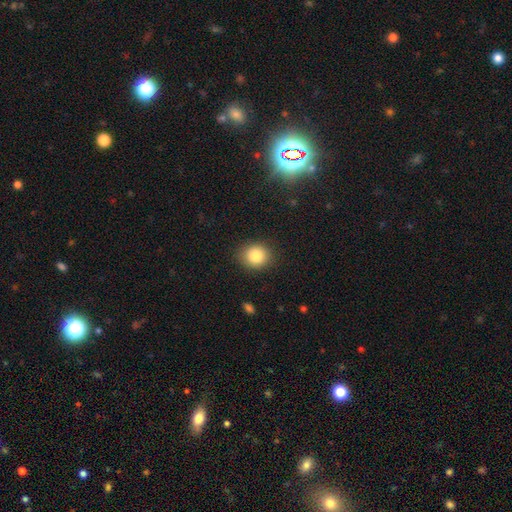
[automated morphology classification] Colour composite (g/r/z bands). It shows a smooth galaxy with no disk features (85%) that is round (74%). Merging: none (88%).